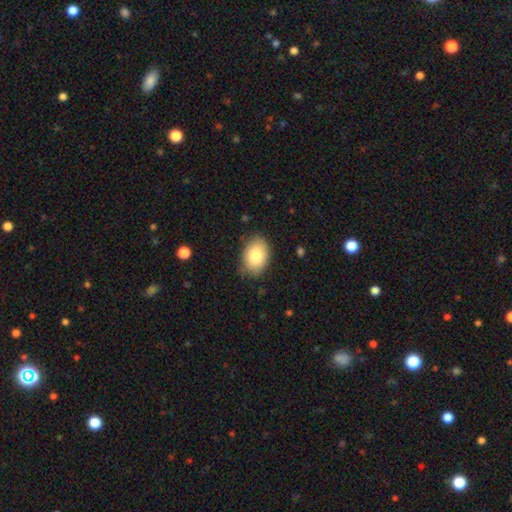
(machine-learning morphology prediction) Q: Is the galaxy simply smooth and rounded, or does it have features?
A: smooth — 82%.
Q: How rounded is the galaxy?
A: in between — 83%.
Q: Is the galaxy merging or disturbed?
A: none — 79%.